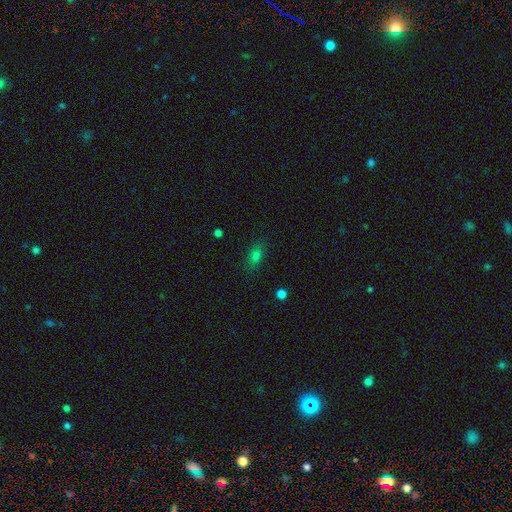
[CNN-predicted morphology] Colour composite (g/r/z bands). It shows a smooth galaxy with no disk features (74%) that is in between round and cigar-shaped (76%). Merging: none (81%).